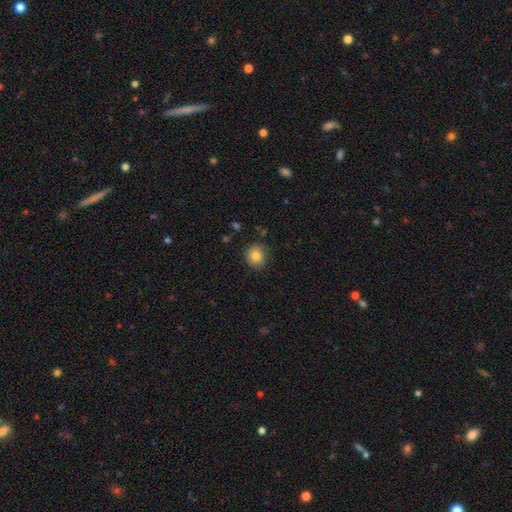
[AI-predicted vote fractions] Q: Smooth or featured?
A: smooth (83%); runner-up: star or artifact (10%)
Q: How rounded?
A: round (86%); runner-up: in between (13%)
Q: Merging?
A: none (84%); runner-up: minor disturbance (12%)